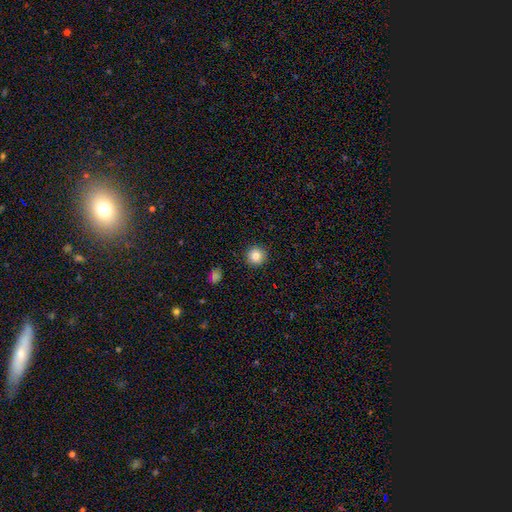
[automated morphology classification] Smooth or featured: smooth — 84% (star or artifact — 10%)
How rounded: round — 95% (in between — 4%)
Merging: none — 92% (minor disturbance — 5%)